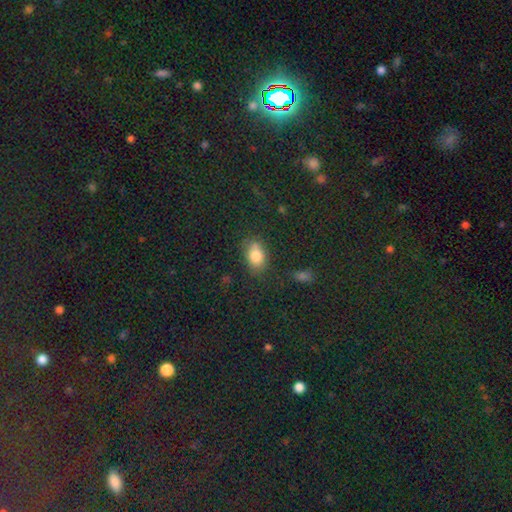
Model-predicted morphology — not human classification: Smooth or featured? Predicted: smooth (p=0.79). How rounded? Predicted: in between (p=0.77). Merging? Predicted: none (p=0.70).